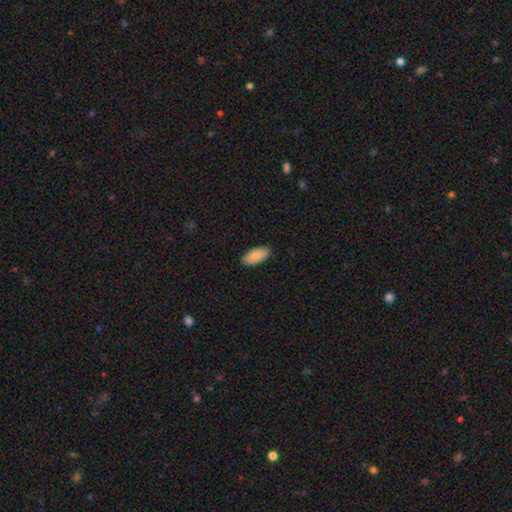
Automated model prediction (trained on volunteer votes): A smooth galaxy with no disk features (87%) that is in between round and cigar-shaped (94%).

Vote fractions:
- Smooth or featured? smooth: 87% / featured or disk: 7% / star or artifact: 6%
- How rounded? in between: 94% / cigar-shaped: 4% / round: 2%
- Merging? none: 89% / minor disturbance: 8% / major disturbance: 2% / merger: 1%